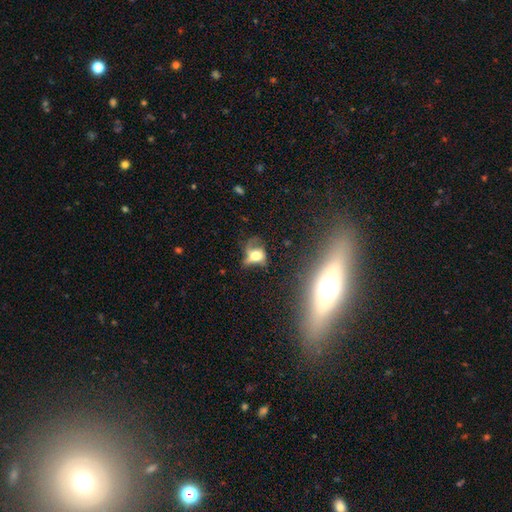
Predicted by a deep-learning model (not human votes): Smooth or featured? smooth (45%)
Merging? major disturbance (42%)